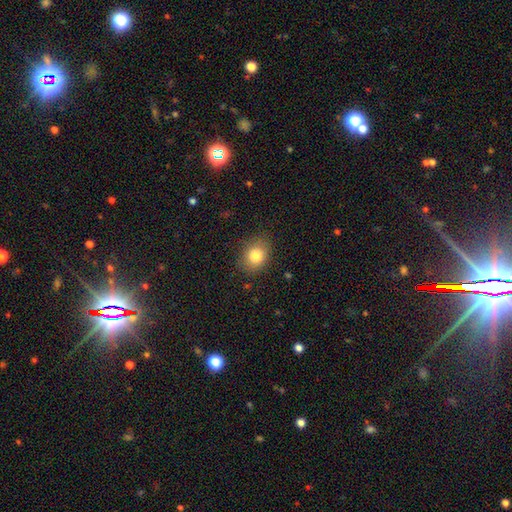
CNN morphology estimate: This is clearly a smooth galaxy (81%). How rounded: possibly round (51%). Merging: clearly none (84%).